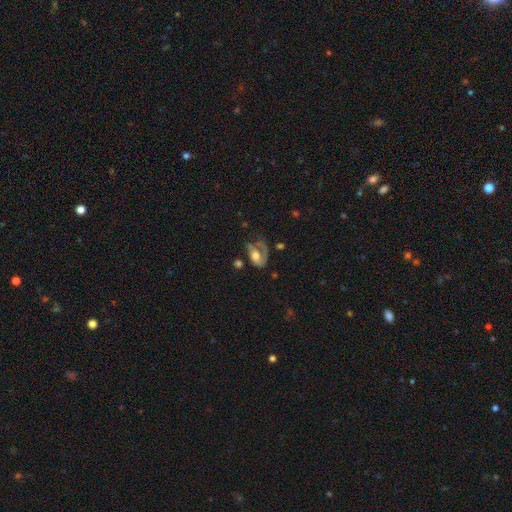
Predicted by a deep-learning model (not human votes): This appears to be a featured or disk galaxy (63%) with no bar (71%), spiral arms (74%) and a moderate central bulge (41%). Merging: major disturbance (46%).